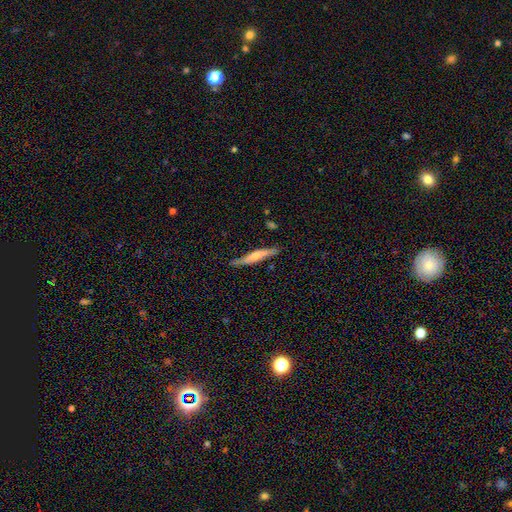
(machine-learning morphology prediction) Q: Smooth or featured?
A: featured or disk (52%); runner-up: smooth (42%)
Q: Edge-on disk?
A: yes (92%); runner-up: no (8%)
Q: Merging?
A: none (80%); runner-up: minor disturbance (16%)